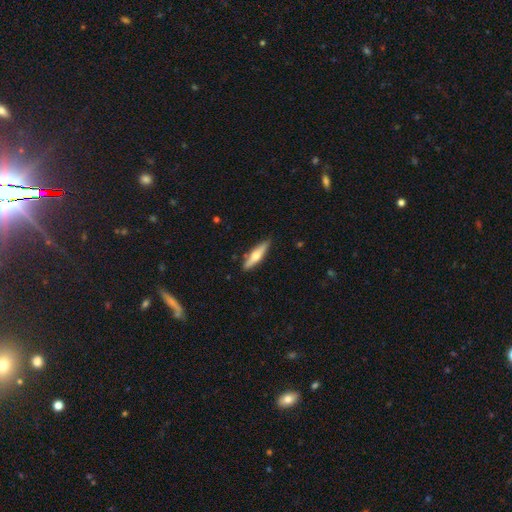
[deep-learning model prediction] This is possibly a smooth galaxy (48%). Merging: clearly none (86%).